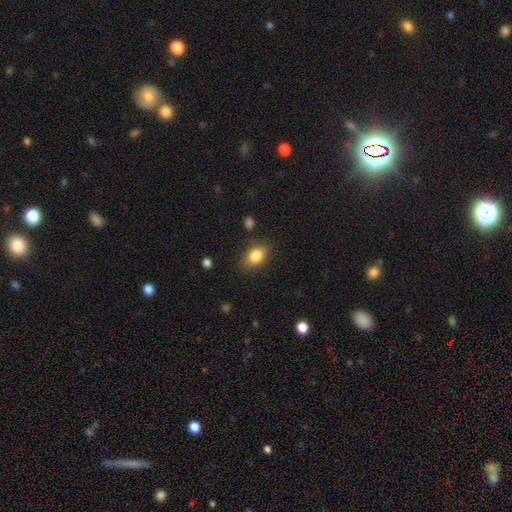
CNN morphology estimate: smooth-or-featured: smooth: 84% | star or artifact: 8% | featured or disk: 8%
  how-rounded: in between: 82% | round: 17% | cigar-shaped: 2%
  merging: none: 80% | minor disturbance: 14% | major disturbance: 4% | merger: 2%